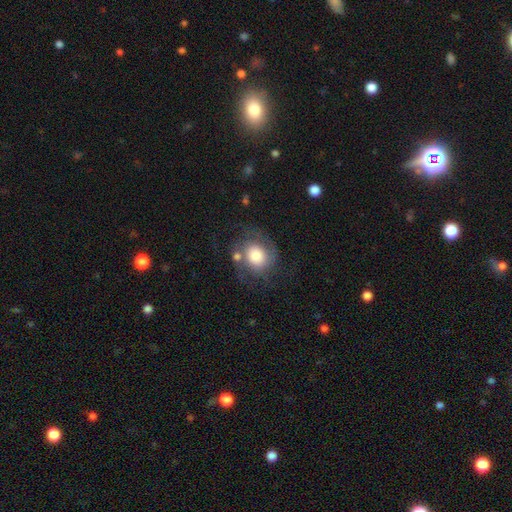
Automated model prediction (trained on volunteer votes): A featured or disk galaxy (54%) with no bar (82%), spiral arms (83%) and a large central bulge (45%).

Vote fractions:
- Smooth or featured? featured or disk: 54% / smooth: 38% / star or artifact: 8%
- Edge-on disk? no: 98% / yes: 2%
- Bar? no: 82% / weak: 15% / strong: 3%
- Spiral arms? yes: 83% / no: 17%
- Bulge size? large: 45% / moderate: 31% / dominant: 12% / small: 9% / none: 3%
- Merging? none: 54% / minor disturbance: 20% / major disturbance: 16% / merger: 9%